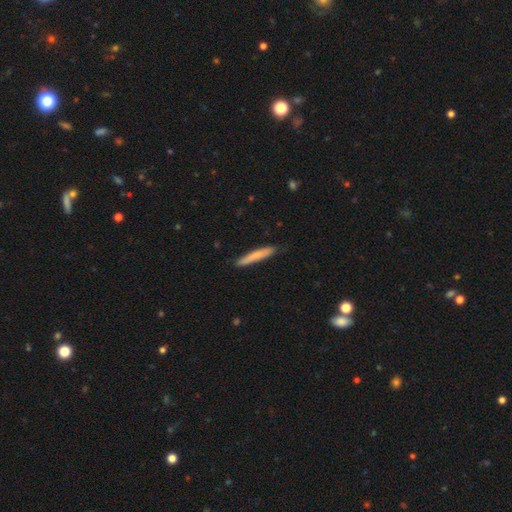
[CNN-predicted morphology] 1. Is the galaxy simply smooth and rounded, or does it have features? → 74% smooth, 20% featured or disk, 6% star or artifact.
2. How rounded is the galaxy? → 94% cigar-shaped, 5% in between, 1% round.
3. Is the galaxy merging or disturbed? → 83% none, 13% minor disturbance, 2% major disturbance, 1% merger.